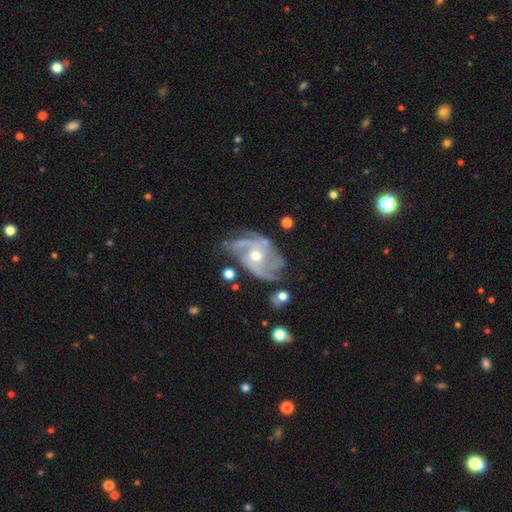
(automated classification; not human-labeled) A featured or disk galaxy (88%) with no bar (66%), 3 (32%) medium (45%) spiral arms (95%) and a moderate central bulge (66%). Merging: none (58%).